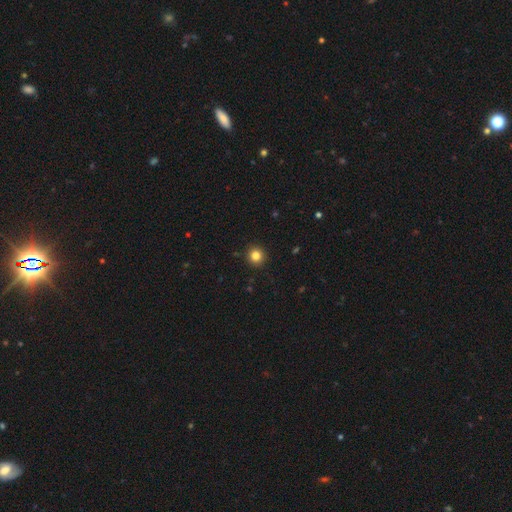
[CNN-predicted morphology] A smooth galaxy with no disk features (82%) that is round (94%).

Vote fractions:
- Smooth or featured? smooth: 82% / star or artifact: 12% / featured or disk: 5%
- How rounded? round: 94% / in between: 5% / cigar-shaped: 1%
- Merging? none: 93% / minor disturbance: 5% / major disturbance: 2% / merger: 1%